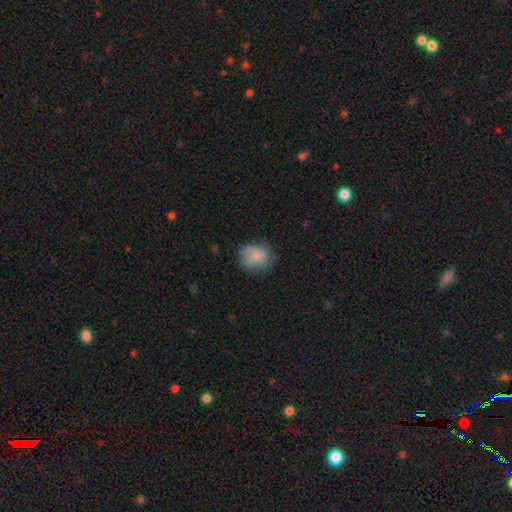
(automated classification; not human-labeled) Overall: smooth (77%). How rounded: round (68%; in between 31%). Merging: none (67%).